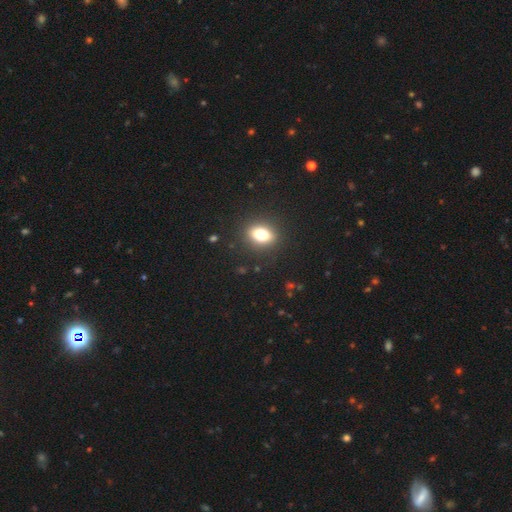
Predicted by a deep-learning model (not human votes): Smooth or featured? smooth (64%)
How rounded? round (67%)
Merging? none (91%)